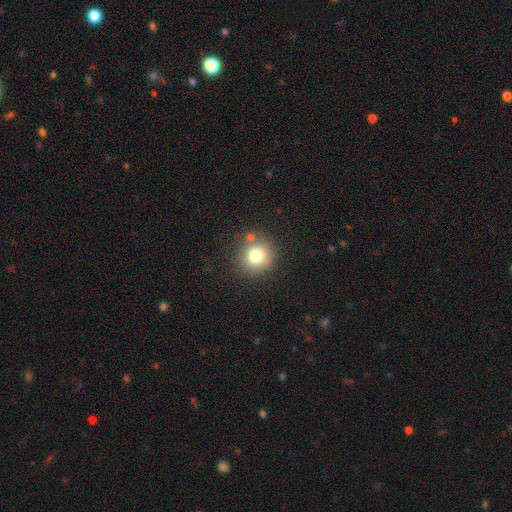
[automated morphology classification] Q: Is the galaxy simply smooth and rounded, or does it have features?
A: smooth — 79%.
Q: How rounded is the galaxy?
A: round — 89%.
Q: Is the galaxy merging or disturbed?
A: none — 76%.